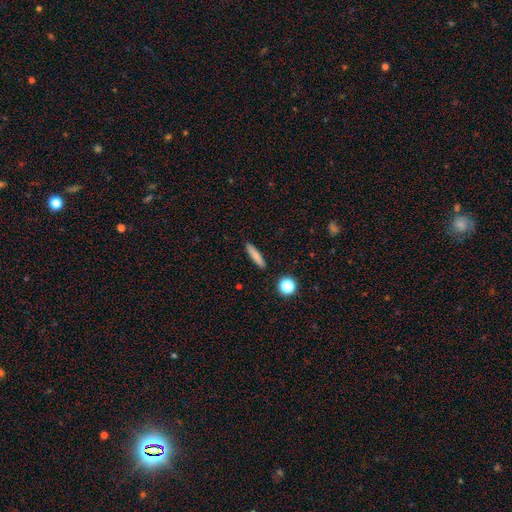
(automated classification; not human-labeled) A smooth galaxy with no disk features (79%) that is cigar-shaped (84%).

Vote fractions:
- Smooth or featured? smooth: 79% / featured or disk: 12% / star or artifact: 9%
- How rounded? cigar-shaped: 84% / in between: 13% / round: 3%
- Merging? none: 89% / minor disturbance: 7% / major disturbance: 2% / merger: 2%